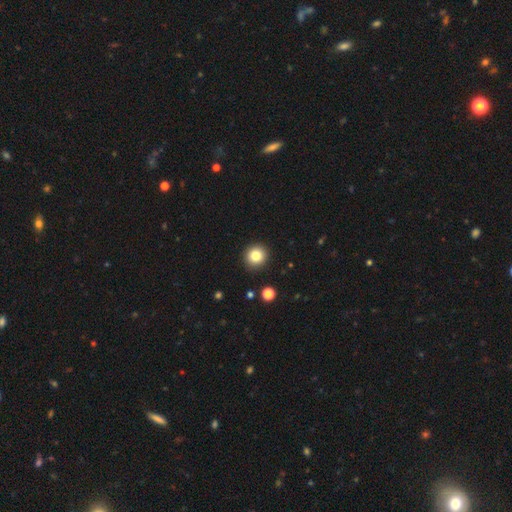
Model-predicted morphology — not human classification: Smooth or featured? smooth (82%)
How rounded? round (93%)
Merging? none (91%)